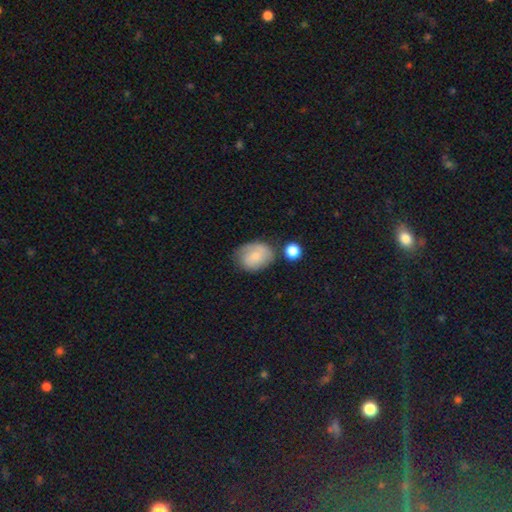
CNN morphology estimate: Smooth or featured? Predicted: smooth (p=0.66). How rounded? Predicted: in between (p=0.57). Merging? Predicted: none (p=0.54).